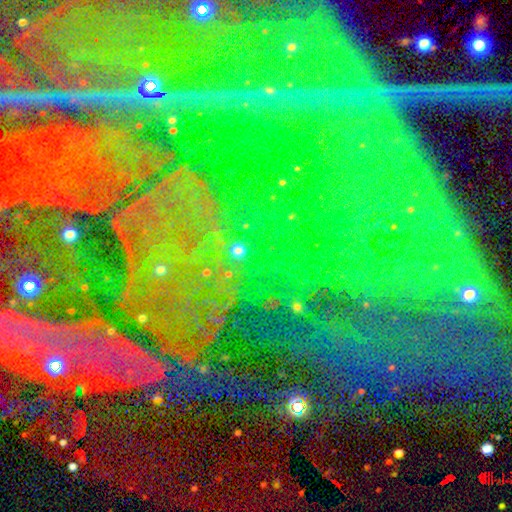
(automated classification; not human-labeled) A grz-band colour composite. It shows a star or artifact, not a galaxy (86%).